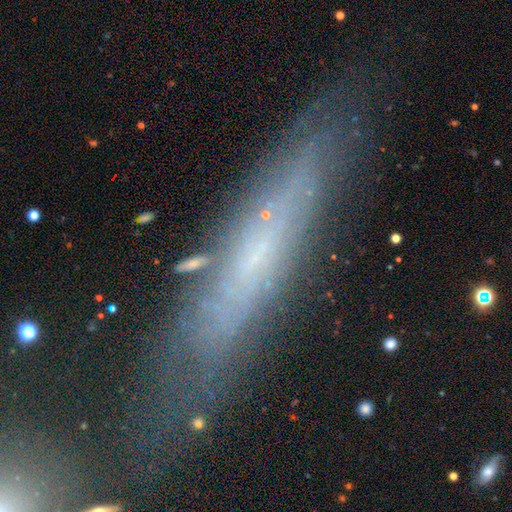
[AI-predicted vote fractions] Smooth or featured? featured or disk (52%)
Edge-on disk? yes (70%)
Merging? none (70%)